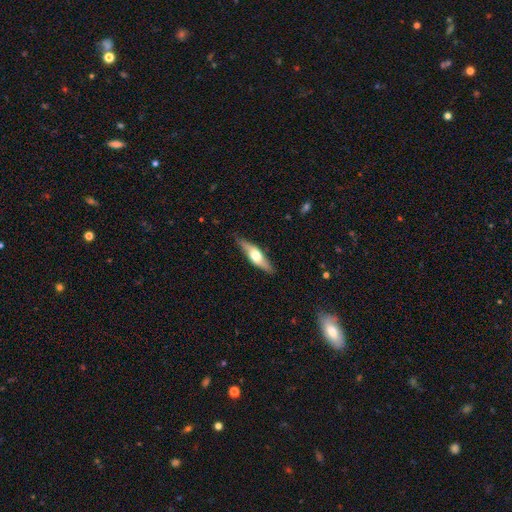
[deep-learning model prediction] Smooth or featured? featured or disk (53%)
Edge-on disk? yes (85%)
Merging? none (81%)